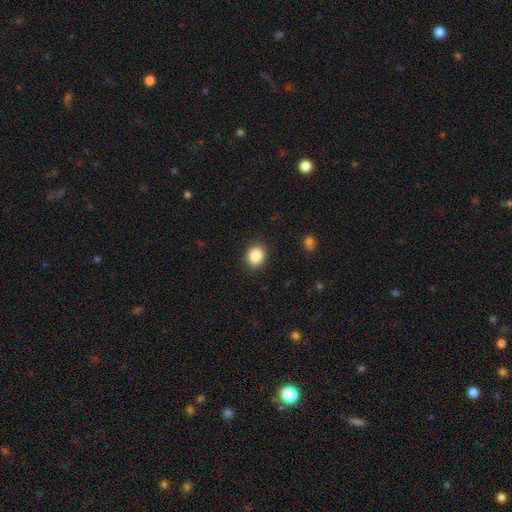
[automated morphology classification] smooth_or_featured: smooth (p=0.86) [alt: star or artifact p=0.09]
how_rounded: round (p=0.63) [alt: in between p=0.36]
merging: none (p=0.90) [alt: minor disturbance p=0.07]